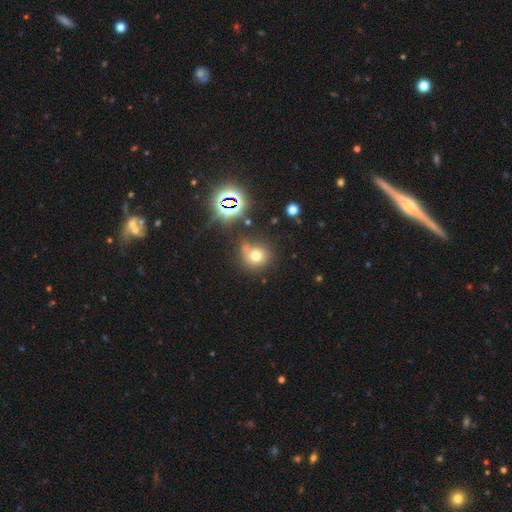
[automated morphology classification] The model was most divided on "merging": none: 61%, minor disturbance: 18%, merger: 12%, major disturbance: 8%. More confident: how rounded — round (84%); smooth or featured — smooth (66%).